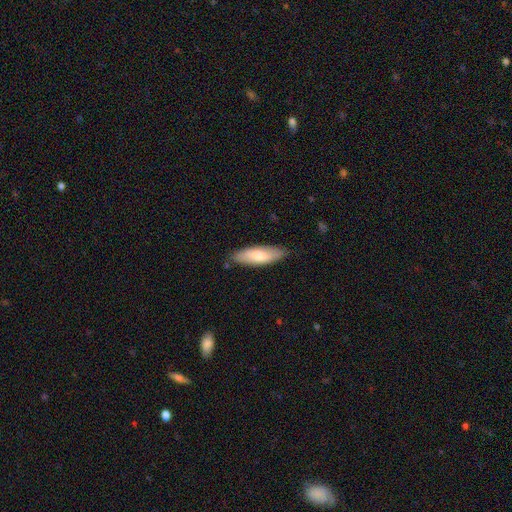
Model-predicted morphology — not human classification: smooth-or-featured: smooth: 71% | featured or disk: 23% | star or artifact: 5%
  how-rounded: in between: 56% | cigar-shaped: 42% | round: 2%
  merging: none: 83% | minor disturbance: 14% | major disturbance: 2% | merger: 1%